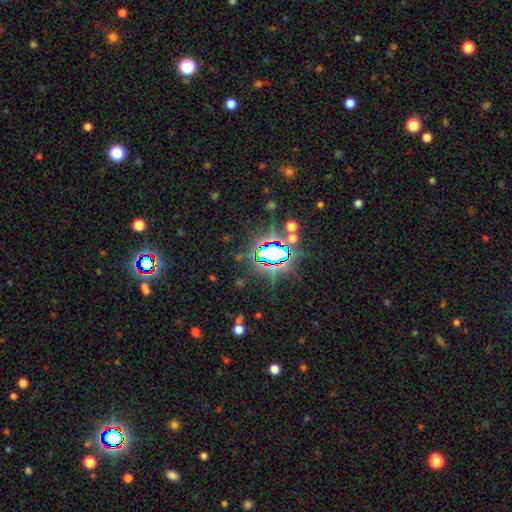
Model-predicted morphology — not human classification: Q: Smooth or featured?
A: star or artifact (81%); runner-up: smooth (11%)